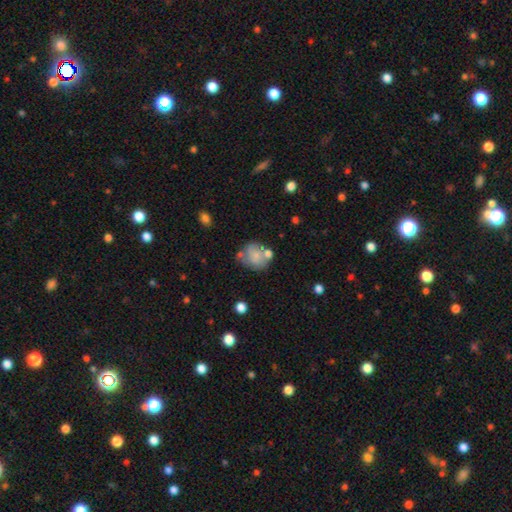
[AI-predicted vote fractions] The model was most divided on "merging": none: 47%, minor disturbance: 22%, merger: 21%, major disturbance: 10%. More confident: how rounded — round (70%); smooth or featured — smooth (65%).